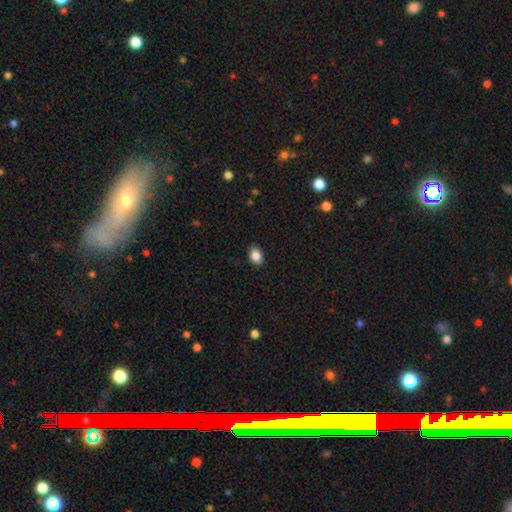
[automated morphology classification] Smooth or featured?
  - smooth: 87% *
  - star or artifact: 8%
  - featured or disk: 5%
How rounded?
  - in between: 79% *
  - round: 19%
  - cigar-shaped: 1%
Merging?
  - none: 88% *
  - minor disturbance: 9%
  - major disturbance: 2%
  - merger: 1%